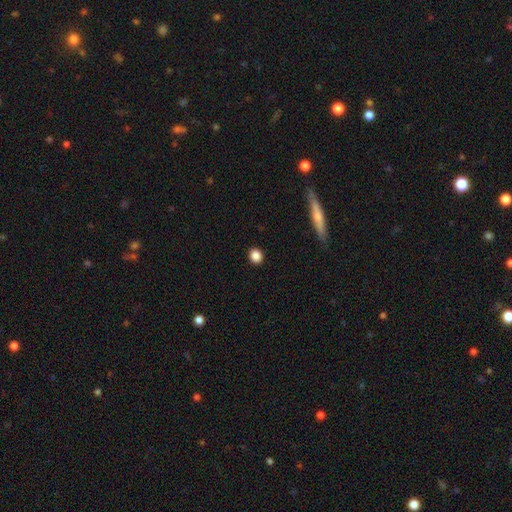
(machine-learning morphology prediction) A smooth galaxy with no disk features (86%) that is round (80%).

Vote fractions:
- Smooth or featured? smooth: 86% / star or artifact: 10% / featured or disk: 4%
- How rounded? round: 80% / in between: 19% / cigar-shaped: 2%
- Merging? none: 91% / minor disturbance: 6% / major disturbance: 2% / merger: 1%